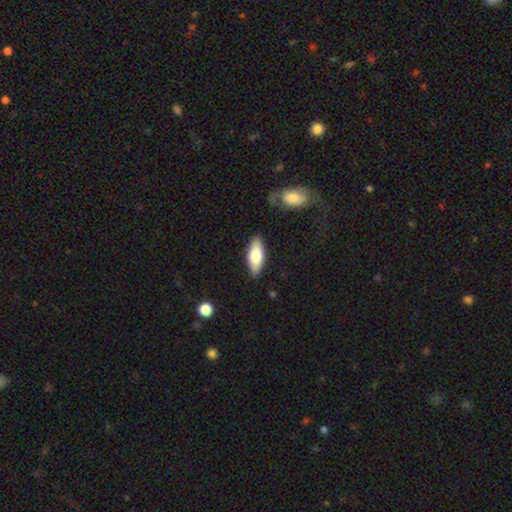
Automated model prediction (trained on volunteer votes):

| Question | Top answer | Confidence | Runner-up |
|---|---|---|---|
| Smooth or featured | smooth | 72% | featured or disk (23%) |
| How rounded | in between | 74% | cigar-shaped (24%) |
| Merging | none | 87% | minor disturbance (9%) |